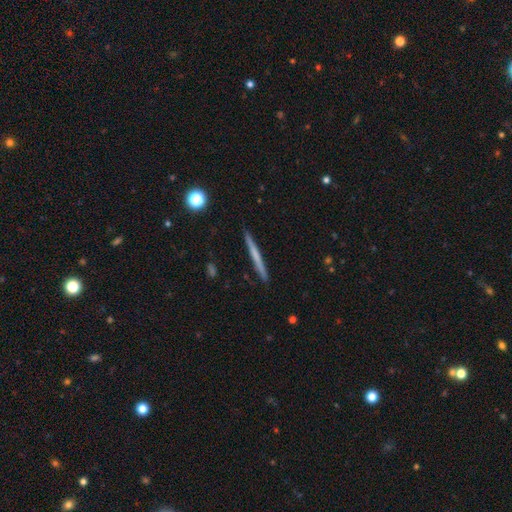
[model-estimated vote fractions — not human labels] A smooth galaxy with no disk features (49%).

Vote fractions:
- Smooth or featured? smooth: 49% / featured or disk: 45% / star or artifact: 6%
- Merging? none: 92% / minor disturbance: 6% / major disturbance: 1% / merger: 1%